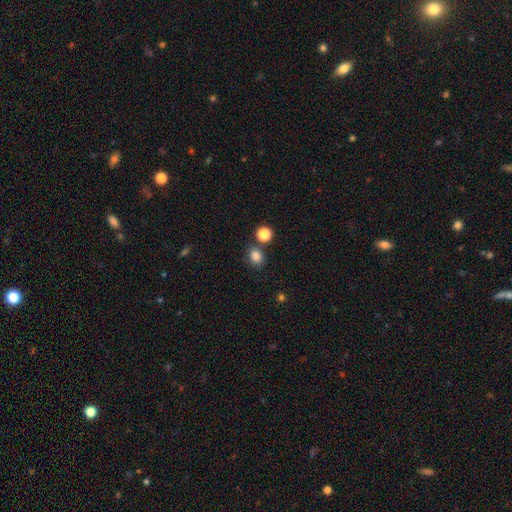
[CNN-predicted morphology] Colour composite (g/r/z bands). It shows a smooth galaxy with no disk features (84%) that is round (58%). Merging: none (72%).